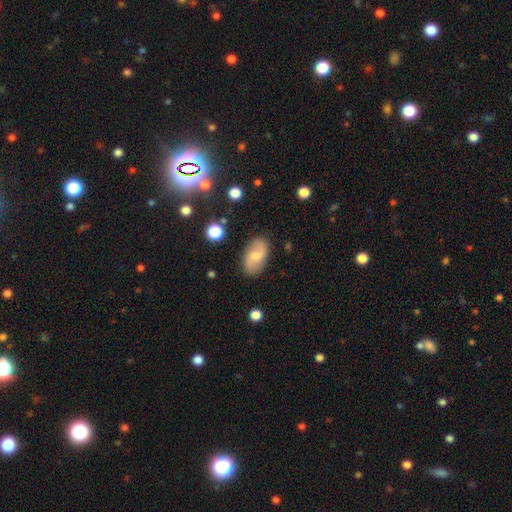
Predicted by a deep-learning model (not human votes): Smooth or featured? smooth (49%)
Merging? none (82%)